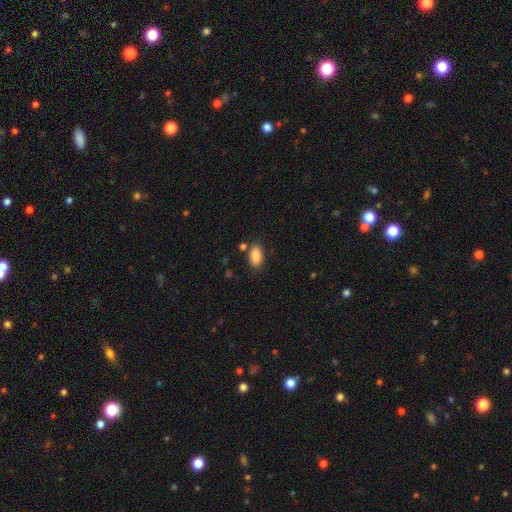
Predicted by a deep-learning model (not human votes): A smooth galaxy with no disk features (88%) that is in between round and cigar-shaped (91%).

Vote fractions:
- Smooth or featured? smooth: 88% / star or artifact: 8% / featured or disk: 5%
- How rounded? in between: 91% / round: 5% / cigar-shaped: 4%
- Merging? none: 78% / minor disturbance: 13% / merger: 6% / major disturbance: 3%